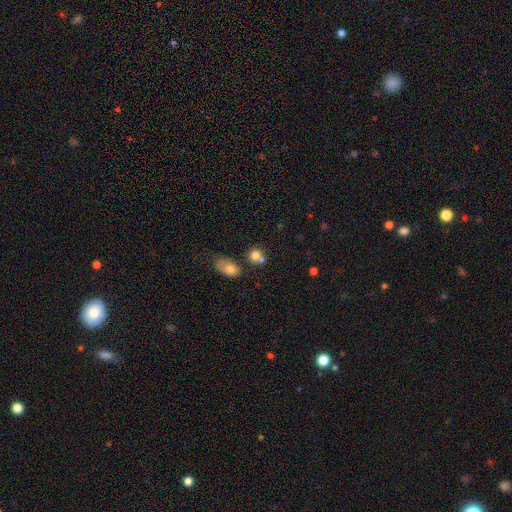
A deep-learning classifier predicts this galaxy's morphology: A smooth galaxy with no disk features (78%) that is round (76%).

Vote fractions:
- Smooth or featured? smooth: 78% / star or artifact: 11% / featured or disk: 11%
- How rounded? round: 76% / in between: 23% / cigar-shaped: 1%
- Merging? none: 47% / merger: 38% / minor disturbance: 11% / major disturbance: 4%